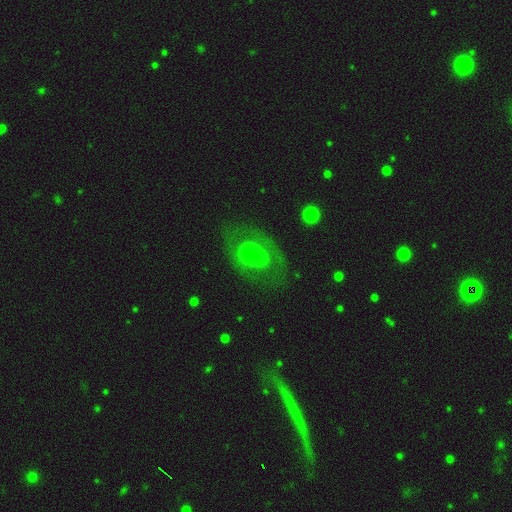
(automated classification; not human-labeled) Smooth or featured? featured or disk (45%)
Merging? merger (42%)